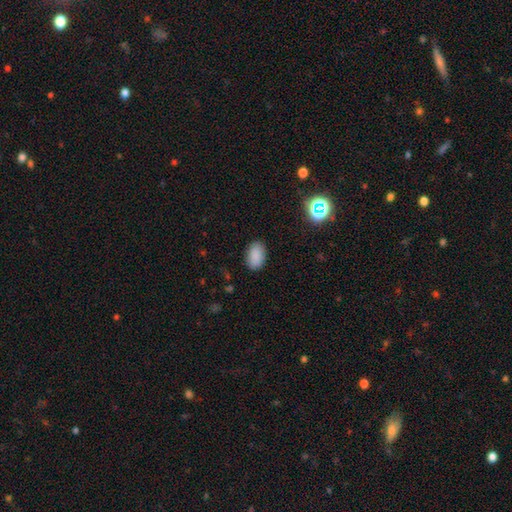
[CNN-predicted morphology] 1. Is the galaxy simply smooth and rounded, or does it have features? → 88% smooth, 8% star or artifact, 4% featured or disk.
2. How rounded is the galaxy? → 92% in between, 6% round, 1% cigar-shaped.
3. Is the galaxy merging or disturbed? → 87% none, 9% minor disturbance, 2% major disturbance, 1% merger.